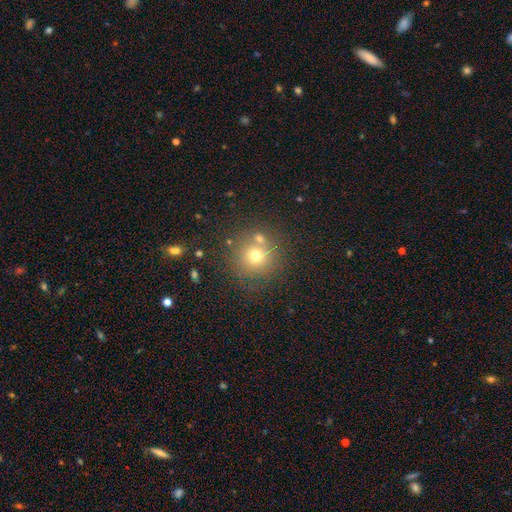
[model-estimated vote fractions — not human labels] Overall: smooth (69%). How rounded: round (92%). Merging: none (71%).